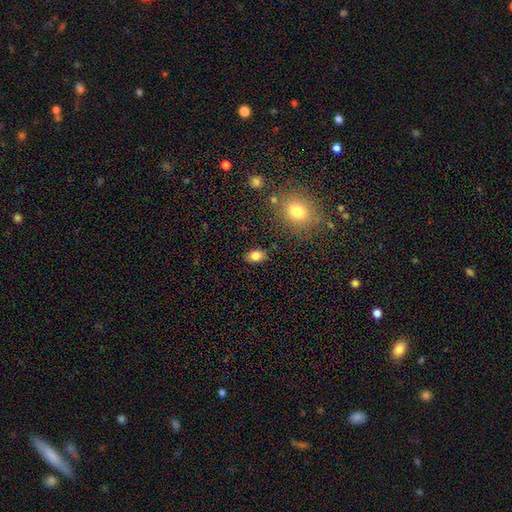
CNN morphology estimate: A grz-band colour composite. It shows a smooth galaxy with no disk features (81%) that is in between round and cigar-shaped (77%). Merging: none (83%).